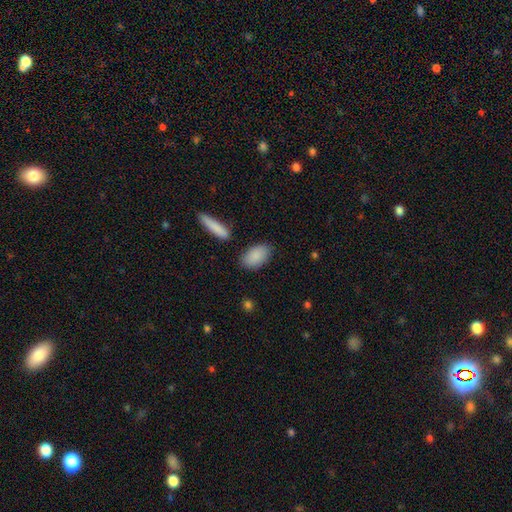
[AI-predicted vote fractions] Q: Smooth or featured?
A: smooth (88%); runner-up: featured or disk (7%)
Q: How rounded?
A: in between (92%); runner-up: round (4%)
Q: Merging?
A: none (79%); runner-up: minor disturbance (13%)